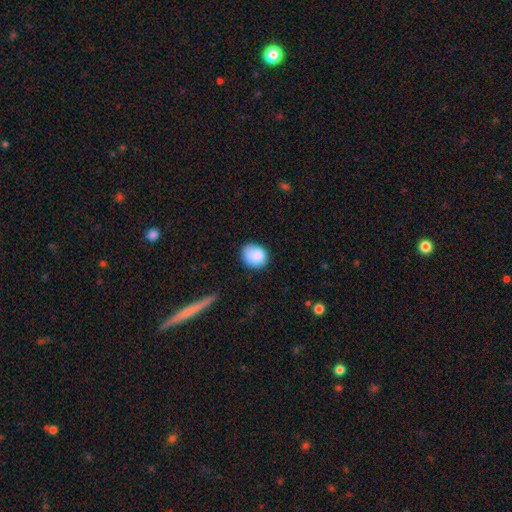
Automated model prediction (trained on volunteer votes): Smooth or featured: smooth — 87% (star or artifact — 8%)
How rounded: round — 64% (in between — 35%)
Merging: none — 74% (minor disturbance — 20%)